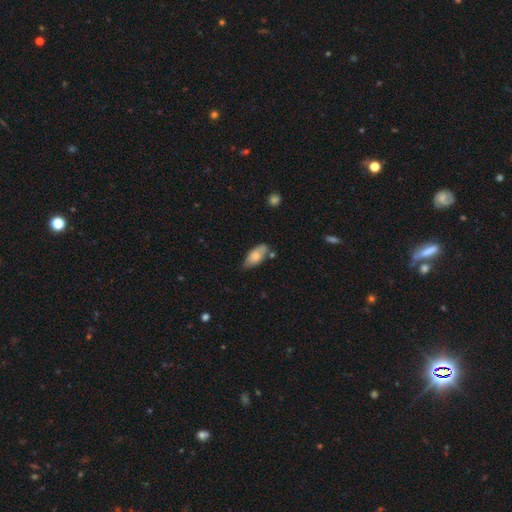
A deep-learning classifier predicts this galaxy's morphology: smooth-or-featured: smooth: 72% | featured or disk: 21% | star or artifact: 7%
  how-rounded: in between: 87% | cigar-shaped: 11% | round: 3%
  merging: none: 55% | minor disturbance: 30% | merger: 9% | major disturbance: 6%